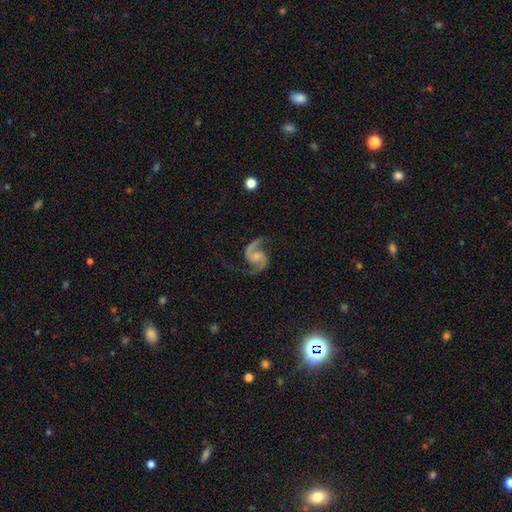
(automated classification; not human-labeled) A featured or disk galaxy (94%) with no bar (54%), 2 (94%) medium (58%) spiral arms (98%) and a small central bulge (47%). Merging: none (78%).